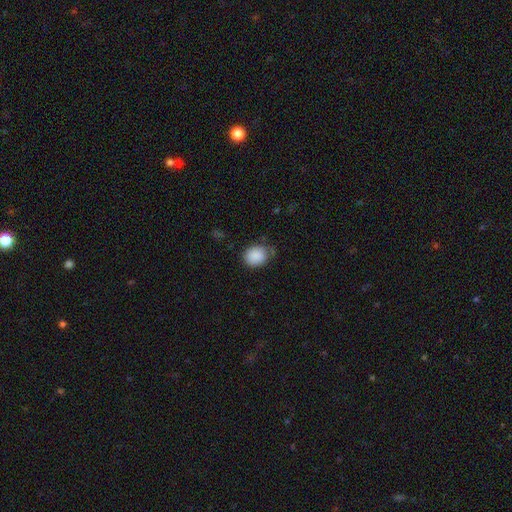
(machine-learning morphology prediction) Smooth or featured?
  - smooth: 88% *
  - star or artifact: 8%
  - featured or disk: 4%
How rounded?
  - round: 56% *
  - in between: 43%
  - cigar-shaped: 1%
Merging?
  - none: 66% *
  - minor disturbance: 26%
  - major disturbance: 6%
  - merger: 2%